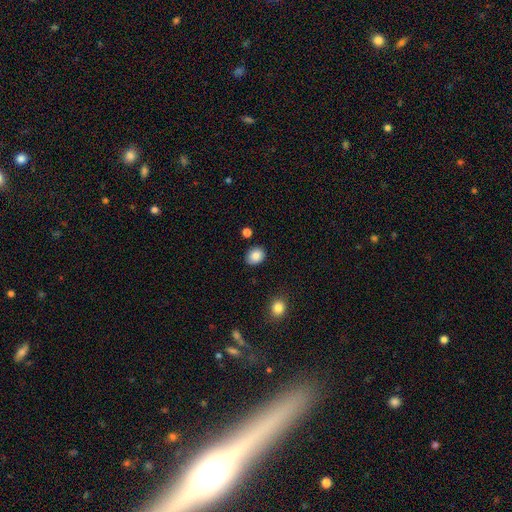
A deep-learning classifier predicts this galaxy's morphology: smooth 87%, star or artifact 9%, featured or disk 4%. Down the decision tree: how rounded — round (53%); merging — none (84%).